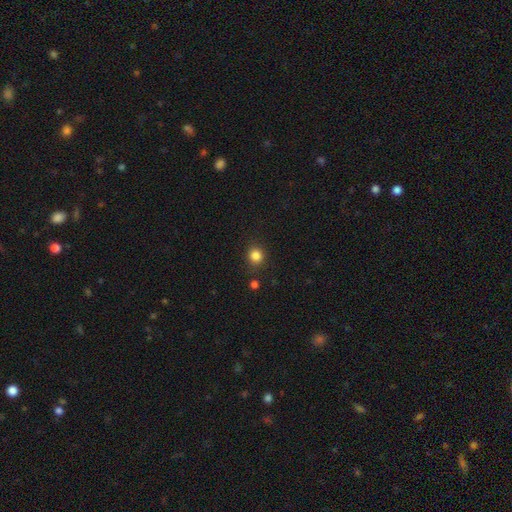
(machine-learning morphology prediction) Smooth or featured? smooth (84%)
How rounded? round (88%)
Merging? none (87%)